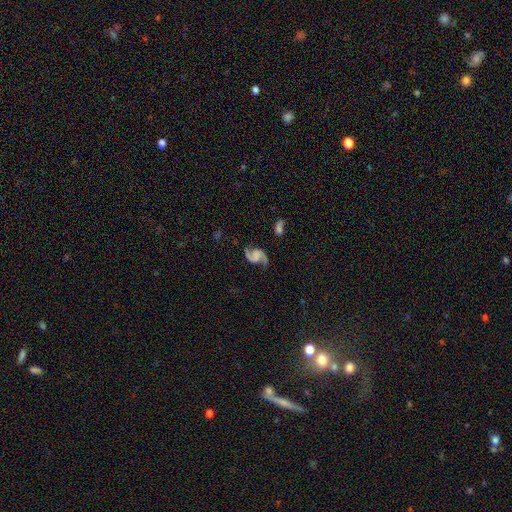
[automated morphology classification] Smooth or featured: featured or disk — 89% (star or artifact — 6%)
Edge-on disk: no — 98% (yes — 2%)
Bar: no — 52% (weak — 34%)
Spiral arms: yes — 98% (no — 2%)
Spiral winding: loose — 51% (medium — 40%)
Spiral arm count: 2 — 94% (1 — 2%)
Bulge size: none — 66% (small — 15%)
Merging: none — 76% (minor disturbance — 14%)